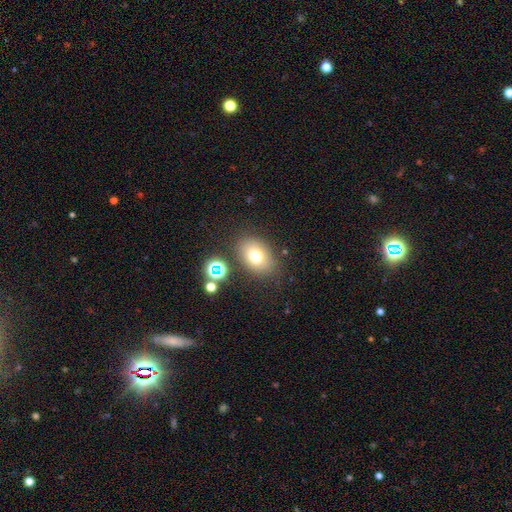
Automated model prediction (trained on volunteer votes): Smooth or featured? Predicted: smooth (p=0.73). How rounded? Predicted: in between (p=0.72). Merging? Predicted: none (p=0.79).